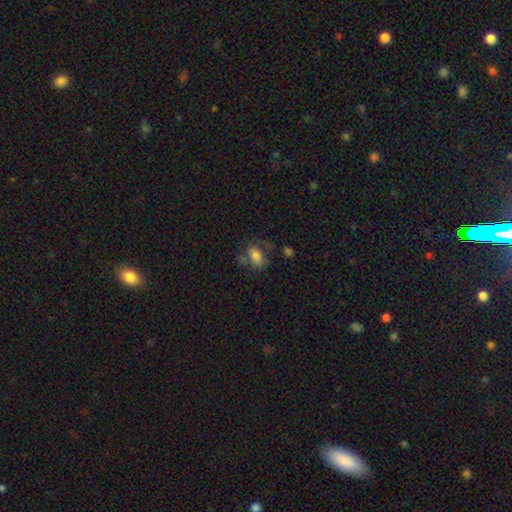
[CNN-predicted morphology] A smooth galaxy with no disk features (70%) that is in between round and cigar-shaped (79%). Merging: none (50%).